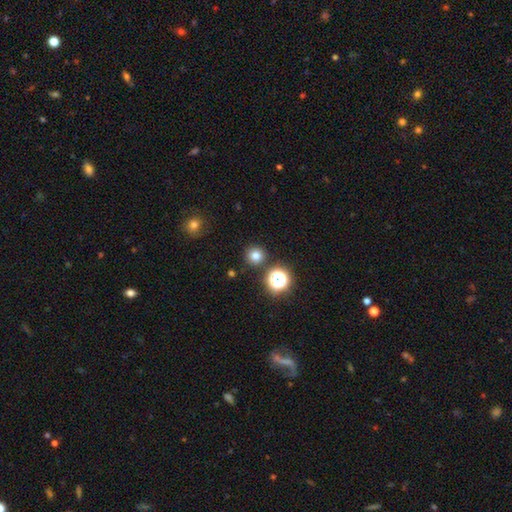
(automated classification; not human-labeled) The model was most divided on "smooth or featured": smooth: 75%, star or artifact: 18%, featured or disk: 6%. More confident: how rounded — round (95%); merging — none (89%).